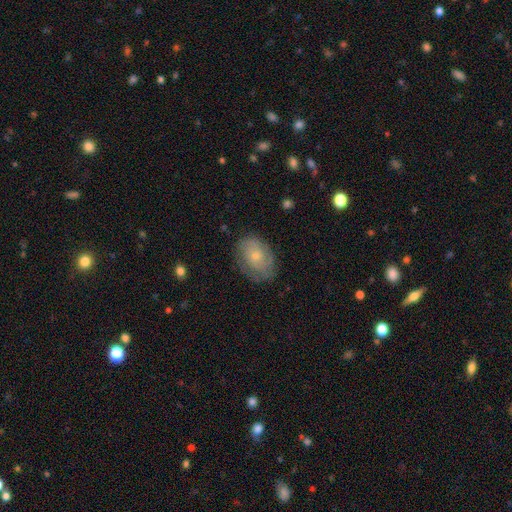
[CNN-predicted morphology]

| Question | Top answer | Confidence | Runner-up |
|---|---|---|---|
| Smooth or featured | featured or disk | 54% | smooth (38%) |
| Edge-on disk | no | 96% | yes (4%) |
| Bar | no | 80% | weak (17%) |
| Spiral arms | yes | 79% | no (21%) |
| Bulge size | small | 70% | moderate (24%) |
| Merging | none | 73% | minor disturbance (19%) |